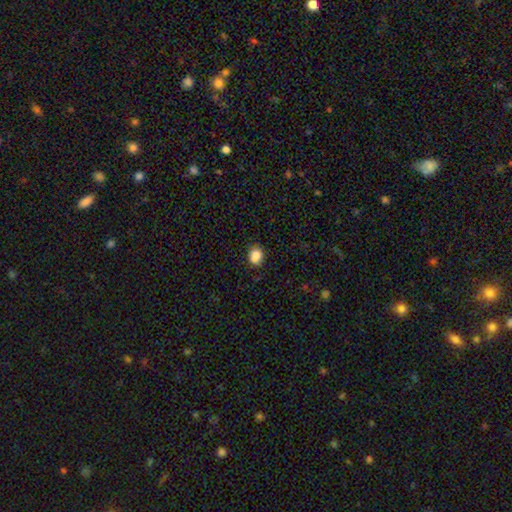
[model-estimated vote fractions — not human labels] Overall: smooth (86%). How rounded: round (54%; in between 45%). Merging: none (77%).